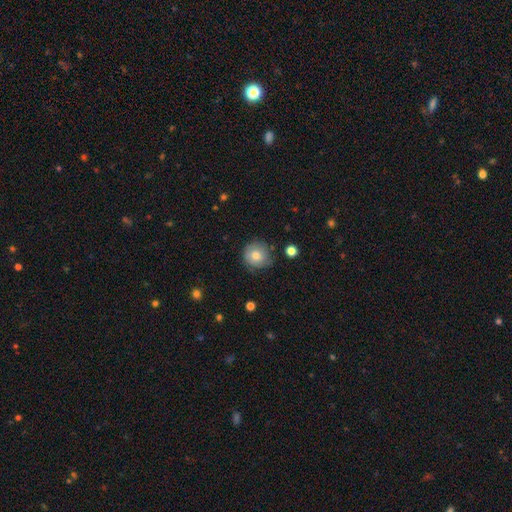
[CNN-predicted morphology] smooth_or_featured: smooth (p=0.77) [alt: featured or disk p=0.15]
how_rounded: round (p=0.93) [alt: in between p=0.06]
merging: none (p=0.75) [alt: minor disturbance p=0.19]